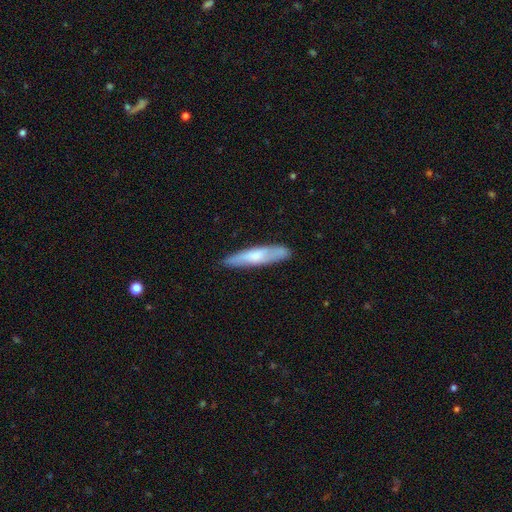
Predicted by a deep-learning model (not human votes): This appears to be a smooth galaxy with no disk features (59%) that is cigar-shaped (84%). Merging: none (84%).